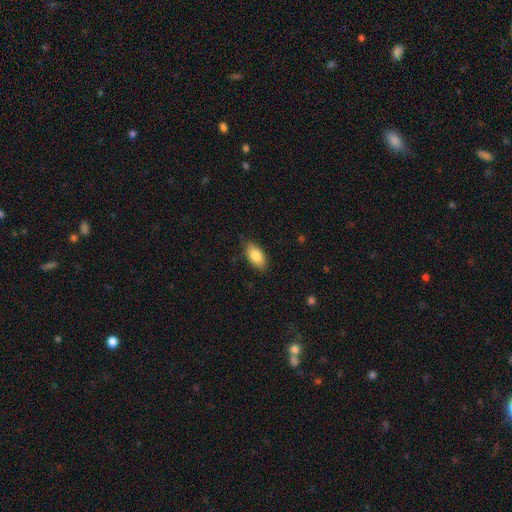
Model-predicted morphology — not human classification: Smooth or featured? smooth (82%)
How rounded? in between (92%)
Merging? none (83%)